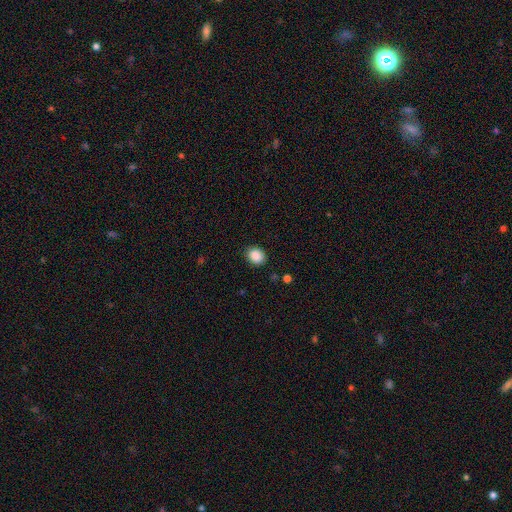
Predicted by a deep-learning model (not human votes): Morphology: type=smooth (89%); roundness=round (60%); merging=none (86%).